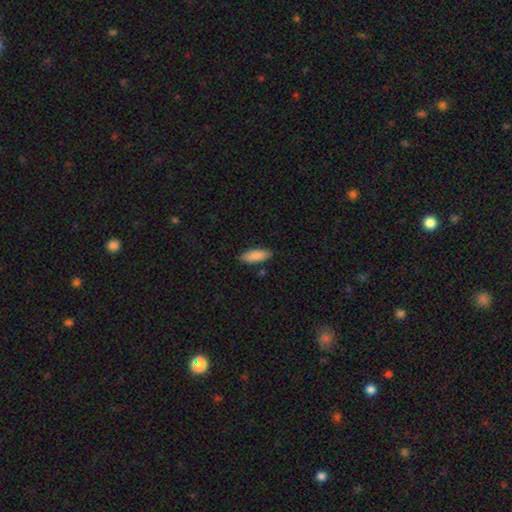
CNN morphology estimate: This appears to be a smooth galaxy with no disk features (88%) that is in between round and cigar-shaped (70%). Merging: none (86%).